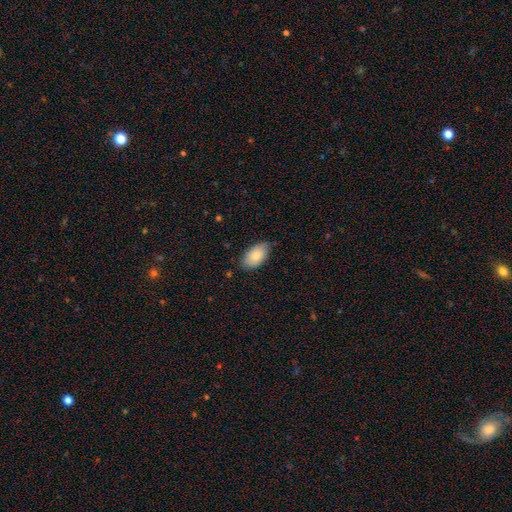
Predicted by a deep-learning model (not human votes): This is clearly a smooth galaxy (81%). How rounded: clearly in between (94%). Merging: likely none (74%).